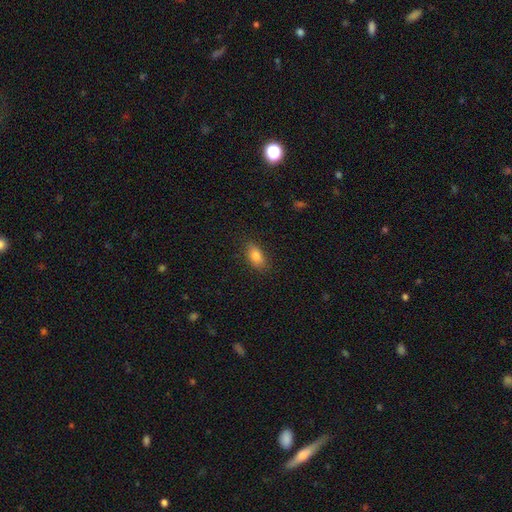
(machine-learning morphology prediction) Overall: smooth (83%). How rounded: in between (87%). Merging: none (85%).